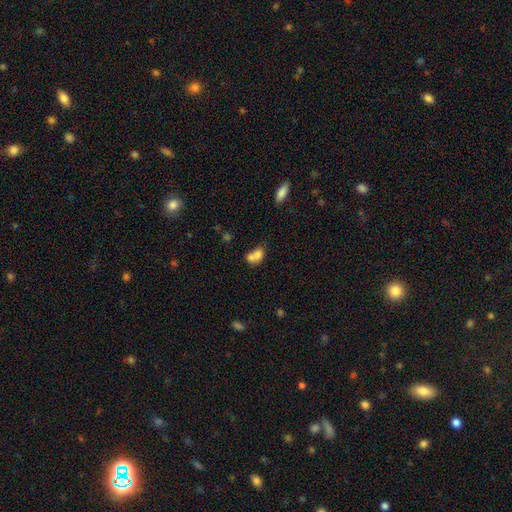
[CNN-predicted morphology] smooth 74%, featured or disk 16%, star or artifact 10%. Down the decision tree: how rounded — in between (60%); merging — merger (65%).